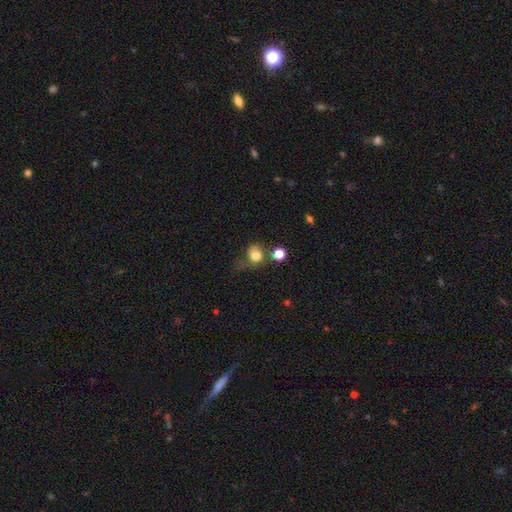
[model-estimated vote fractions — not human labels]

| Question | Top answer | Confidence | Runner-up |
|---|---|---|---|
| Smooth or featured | smooth | 73% | featured or disk (15%) |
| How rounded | round | 69% | in between (30%) |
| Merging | major disturbance | 32% | none (30%) |